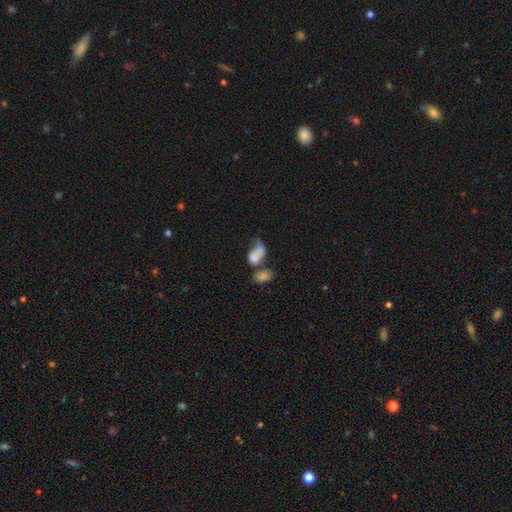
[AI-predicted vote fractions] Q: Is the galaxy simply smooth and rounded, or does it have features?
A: smooth — 72%.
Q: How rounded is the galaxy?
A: in between — 82%.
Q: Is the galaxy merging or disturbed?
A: merger — 57%.